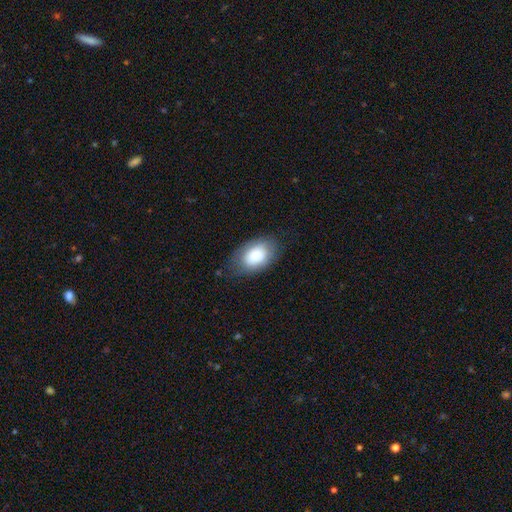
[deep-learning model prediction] Smooth or featured? Predicted: smooth (p=0.81). How rounded? Predicted: in between (p=0.91). Merging? Predicted: none (p=0.74).